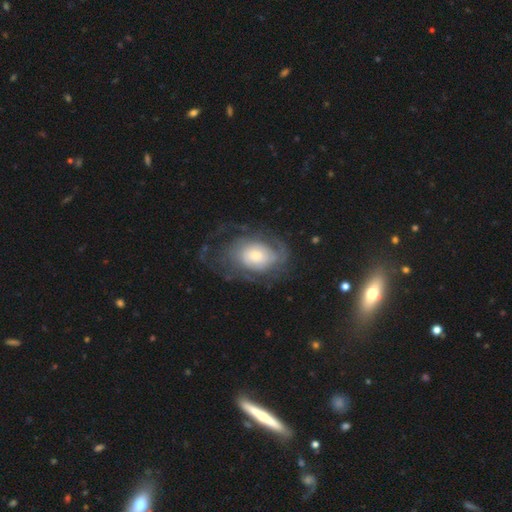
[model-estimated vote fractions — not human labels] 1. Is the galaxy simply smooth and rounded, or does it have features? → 77% featured or disk, 17% smooth, 6% star or artifact.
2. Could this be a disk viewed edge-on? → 97% no, 3% yes.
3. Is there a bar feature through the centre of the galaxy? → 76% no, 20% weak, 4% strong.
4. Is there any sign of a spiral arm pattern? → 90% yes, 10% no.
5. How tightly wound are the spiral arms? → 51% tight, 31% medium, 18% loose.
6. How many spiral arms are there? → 41% can't tell, 24% 2, 12% 3, 8% 4, 8% 1, 6% more than 4.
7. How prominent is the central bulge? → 36% moderate, 31% small, 26% large, 4% dominant, 2% none.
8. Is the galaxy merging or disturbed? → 59% none, 23% major disturbance, 17% minor disturbance, 1% merger.